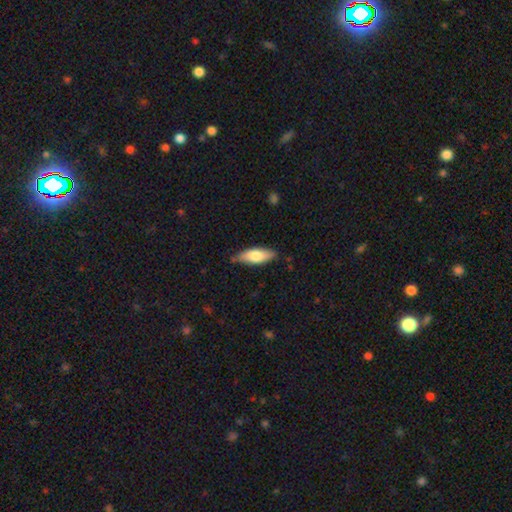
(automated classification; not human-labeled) The model was most divided on "how rounded": in between: 65%, cigar-shaped: 33%, round: 2%. More confident: merging — none (80%); smooth or featured — smooth (74%).